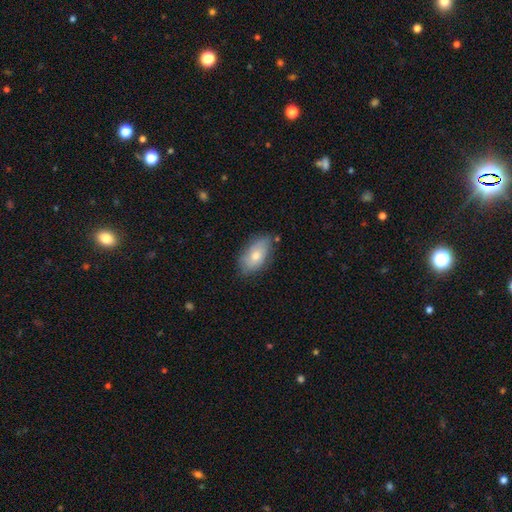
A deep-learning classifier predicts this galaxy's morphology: type=smooth (70%); roundness=in between (92%); merging=none (74%).